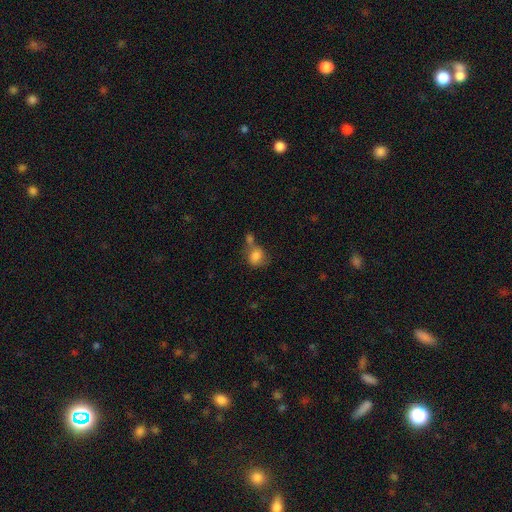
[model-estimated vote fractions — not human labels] This appears to be a smooth galaxy with no disk features (80%) that is round (62%). Merging: merger (39%).